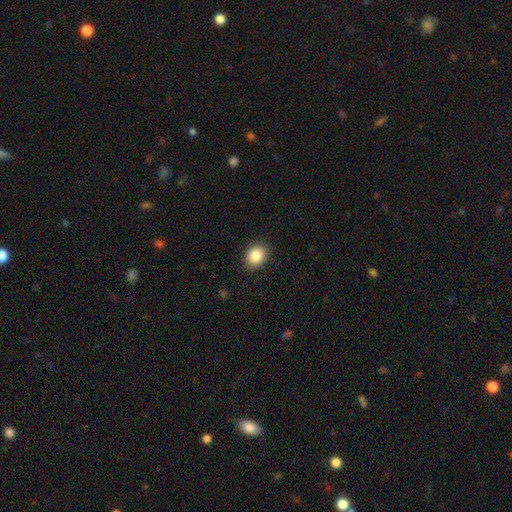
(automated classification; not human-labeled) A smooth galaxy with no disk features (86%) that is round (58%). Merging: none (90%).